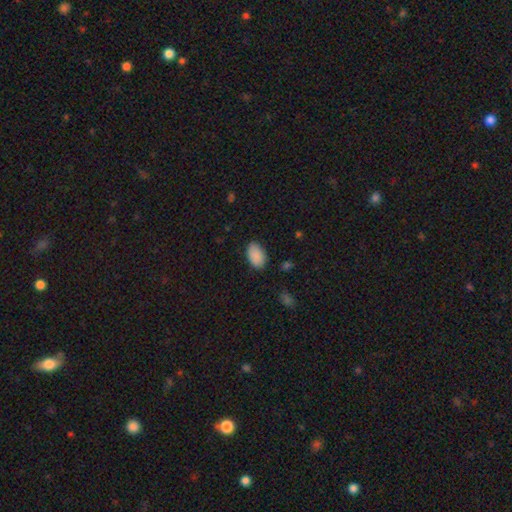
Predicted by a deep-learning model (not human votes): A smooth galaxy with no disk features (89%) that is in between round and cigar-shaped (92%).

Vote fractions:
- Smooth or featured? smooth: 89% / star or artifact: 7% / featured or disk: 4%
- How rounded? in between: 92% / round: 7% / cigar-shaped: 1%
- Merging? none: 83% / minor disturbance: 13% / major disturbance: 3% / merger: 1%